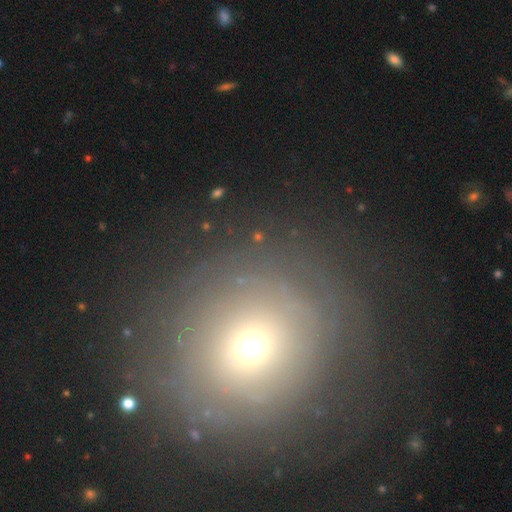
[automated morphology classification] smooth 49%, featured or disk 31%, star or artifact 20%. Down the decision tree: merging — none (77%).